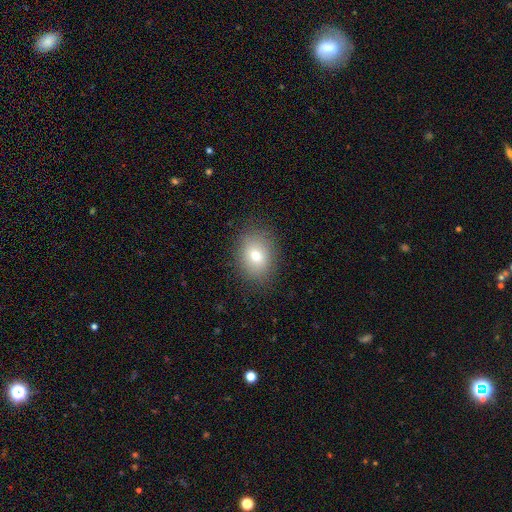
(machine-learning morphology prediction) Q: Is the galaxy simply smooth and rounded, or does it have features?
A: smooth — 74%.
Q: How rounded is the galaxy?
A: in between — 58%.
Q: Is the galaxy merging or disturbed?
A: none — 85%.